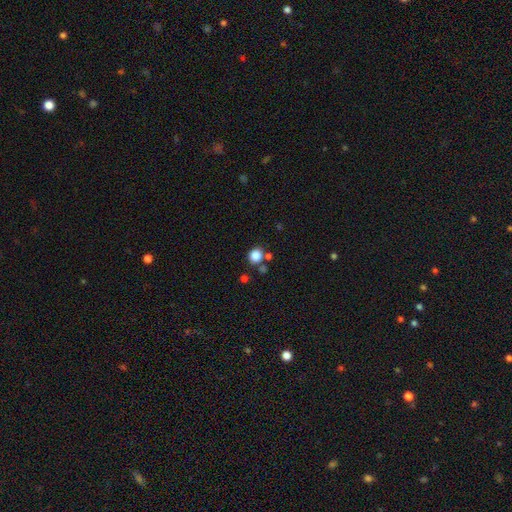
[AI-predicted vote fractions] A smooth galaxy with no disk features (84%) that is round (83%). Merging: none (74%).